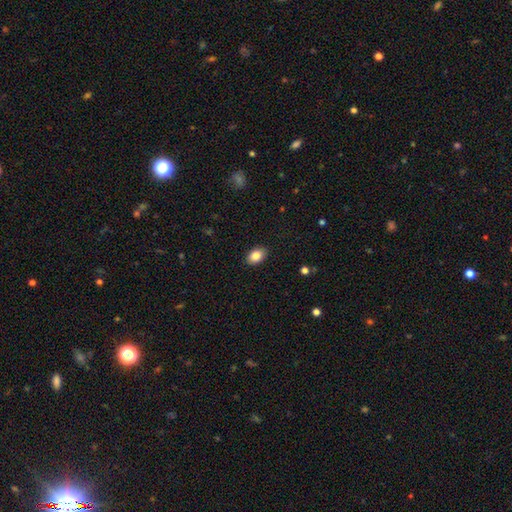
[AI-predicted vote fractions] Smooth or featured: smooth — 85% (star or artifact — 8%)
How rounded: in between — 83% (round — 15%)
Merging: none — 88% (minor disturbance — 9%)